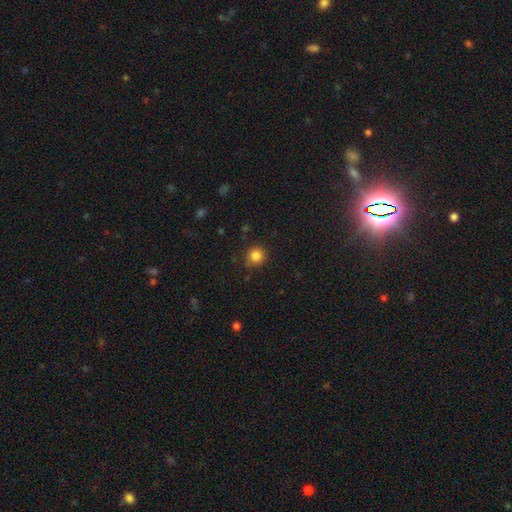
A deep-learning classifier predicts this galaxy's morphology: smooth_or_featured: smooth (p=0.84) [alt: star or artifact p=0.12]
how_rounded: round (p=0.93) [alt: in between p=0.06]
merging: none (p=0.87) [alt: minor disturbance p=0.09]